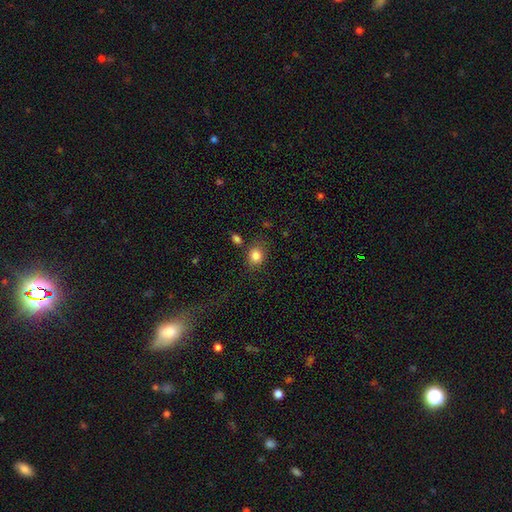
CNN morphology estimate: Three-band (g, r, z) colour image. It shows a smooth galaxy with no disk features (84%) that is round (62%). Merging: none (74%).